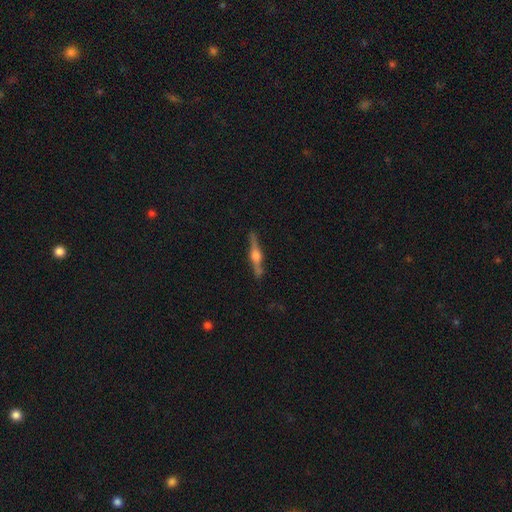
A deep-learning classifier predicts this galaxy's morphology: smooth_or_featured: featured or disk (p=0.79) [alt: smooth p=0.15]
disk_edge_on: yes (p=0.98) [alt: no p=0.02]
edge_on_bulge: rounded (p=0.89) [alt: boxy p=0.08]
merging: none (p=0.88) [alt: minor disturbance p=0.08]